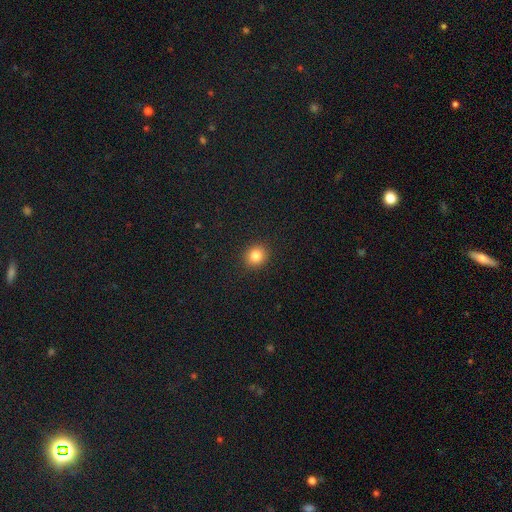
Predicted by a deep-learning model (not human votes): This appears to be a smooth galaxy with no disk features (83%) that is round (85%). Merging: none (91%).